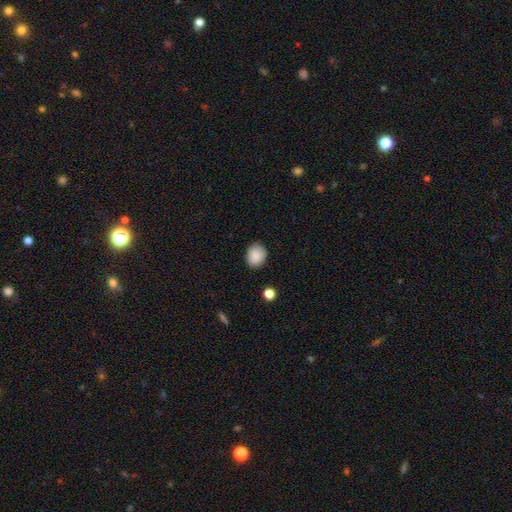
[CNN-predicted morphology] type=smooth (88%); roundness=round (63%); merging=none (85%).